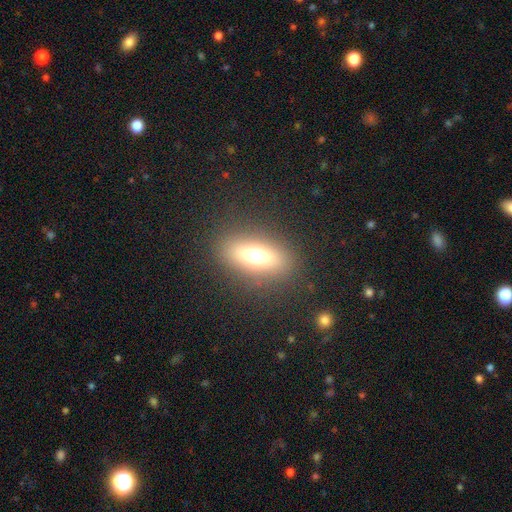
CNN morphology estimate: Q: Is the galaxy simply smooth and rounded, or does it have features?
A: smooth — 61%.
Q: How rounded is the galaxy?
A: in between — 70%.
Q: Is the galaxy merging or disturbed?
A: none — 85%.